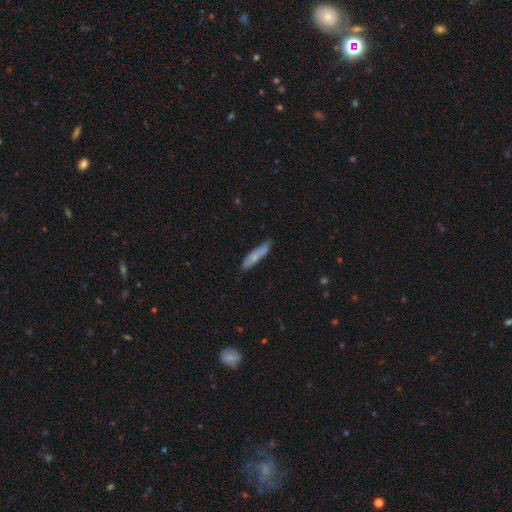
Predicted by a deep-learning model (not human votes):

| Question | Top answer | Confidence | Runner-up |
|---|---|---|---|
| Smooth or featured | smooth | 69% | featured or disk (25%) |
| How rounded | cigar-shaped | 84% | in between (15%) |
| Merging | none | 74% | minor disturbance (20%) |